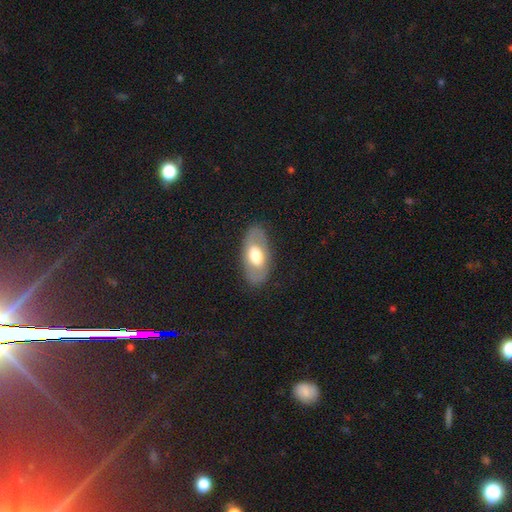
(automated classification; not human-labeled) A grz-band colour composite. It shows a smooth galaxy with no disk features (50%). Merging: none (82%).